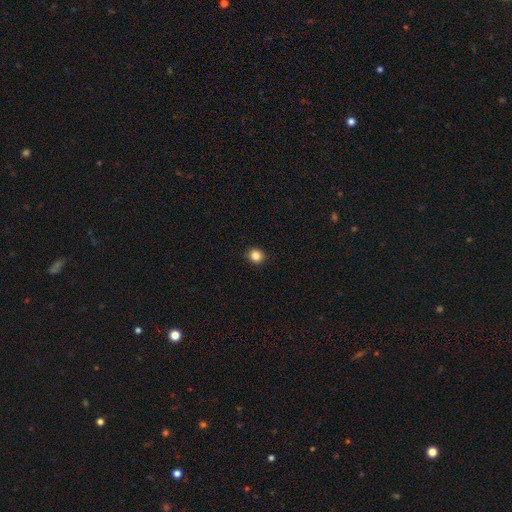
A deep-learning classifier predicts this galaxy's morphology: type=smooth (85%); roundness=round (85%); merging=none (92%).